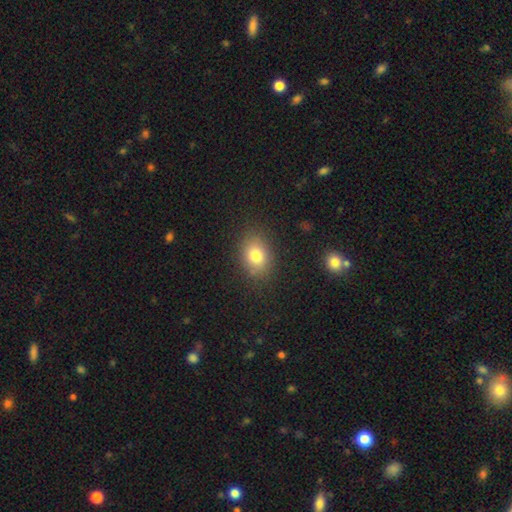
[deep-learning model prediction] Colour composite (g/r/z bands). It shows a smooth galaxy with no disk features (79%) that is in between round and cigar-shaped (63%). Merging: none (83%).